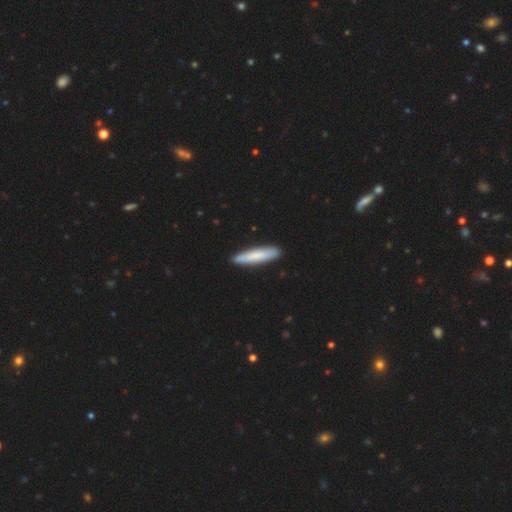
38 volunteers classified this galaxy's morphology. A smooth galaxy with no disk features (74%) that is cigar-shaped (79%).

Vote fractions:
- Smooth or featured? smooth: 74% / featured or disk: 24% / star or artifact: 3%
- How rounded? cigar-shaped: 79% / in between: 21% / round: 0%
- Merging? none: 86% / minor disturbance: 8% / major disturbance: 5% / merger: 0%